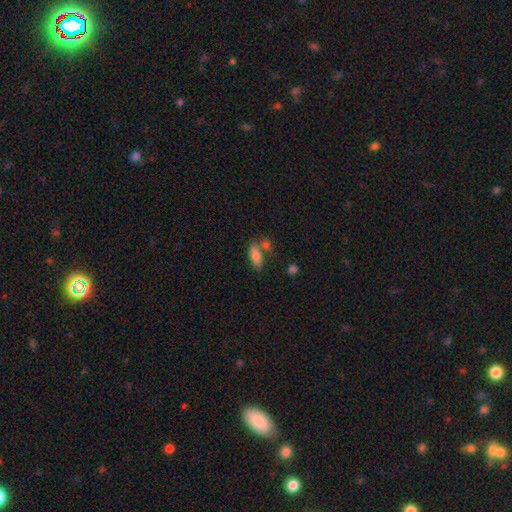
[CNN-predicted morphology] The model was most divided on "merging": none: 56%, merger: 23%, minor disturbance: 15%, major disturbance: 5%. More confident: smooth or featured — smooth (82%); how rounded — in between (75%).